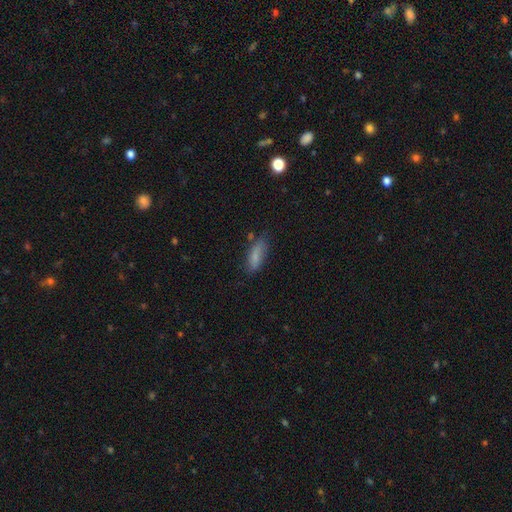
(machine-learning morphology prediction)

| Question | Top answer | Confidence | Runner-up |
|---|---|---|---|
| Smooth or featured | smooth | 75% | featured or disk (17%) |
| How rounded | in between | 62% | cigar-shaped (36%) |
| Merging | none | 64% | minor disturbance (26%) |